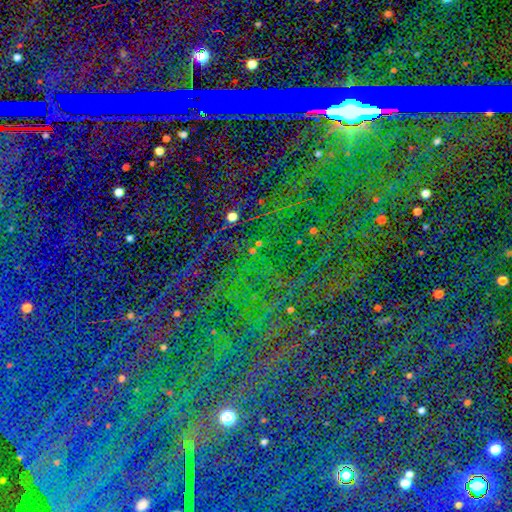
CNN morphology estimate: Smooth or featured: star or artifact — 88% (smooth — 6%)